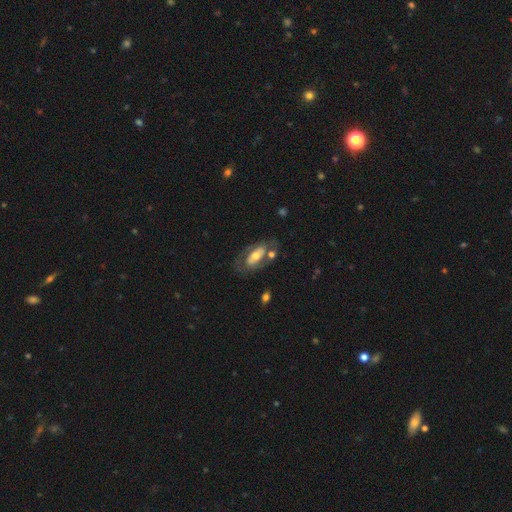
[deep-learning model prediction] Smooth or featured: featured or disk — 54% (smooth — 39%)
Edge-on disk: no — 87% (yes — 13%)
Merging: none — 58% (minor disturbance — 18%)